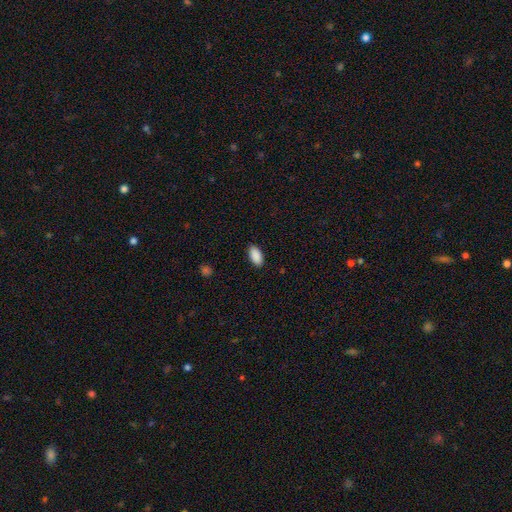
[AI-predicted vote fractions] A smooth galaxy with no disk features (91%) that is in between round and cigar-shaped (93%). Merging: none (89%).